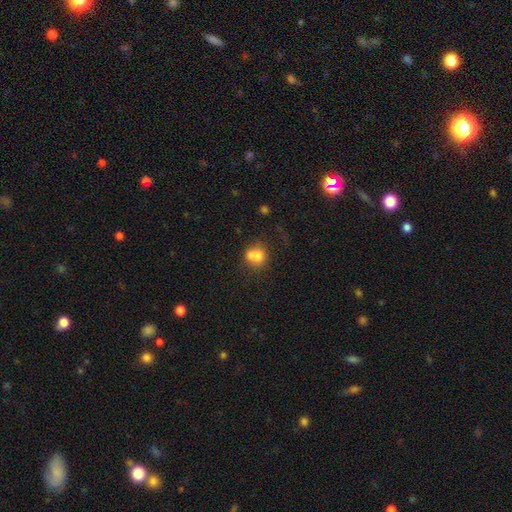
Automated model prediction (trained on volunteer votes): Overall: smooth (68%). How rounded: round (75%). Merging: merger (54%; none 32%).